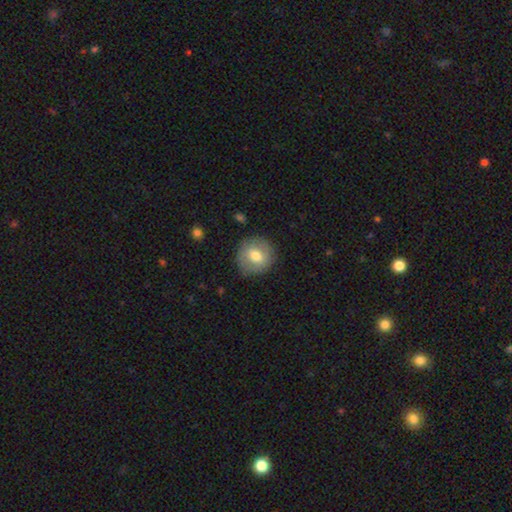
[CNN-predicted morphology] A smooth galaxy with no disk features (67%) that is round (91%). Merging: none (86%).